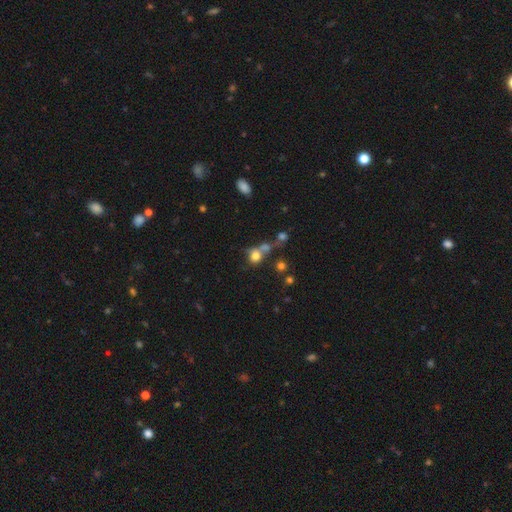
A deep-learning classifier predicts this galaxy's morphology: Q: Smooth or featured?
A: smooth (72%); runner-up: star or artifact (15%)
Q: How rounded?
A: round (74%); runner-up: in between (24%)
Q: Merging?
A: none (39%); runner-up: merger (38%)